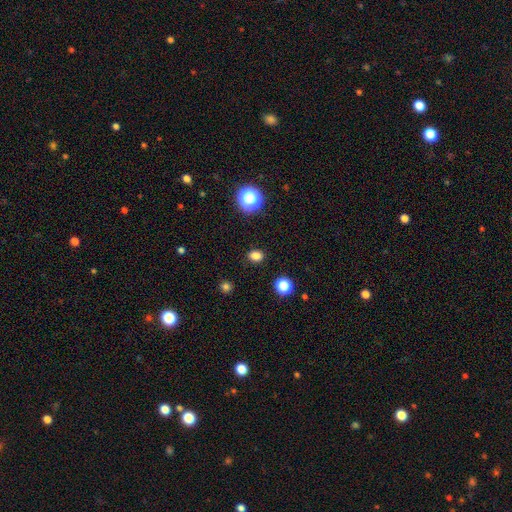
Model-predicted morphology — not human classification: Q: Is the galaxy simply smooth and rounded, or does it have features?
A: smooth — 81%.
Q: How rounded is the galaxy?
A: in between — 55%.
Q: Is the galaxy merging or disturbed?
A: none — 88%.